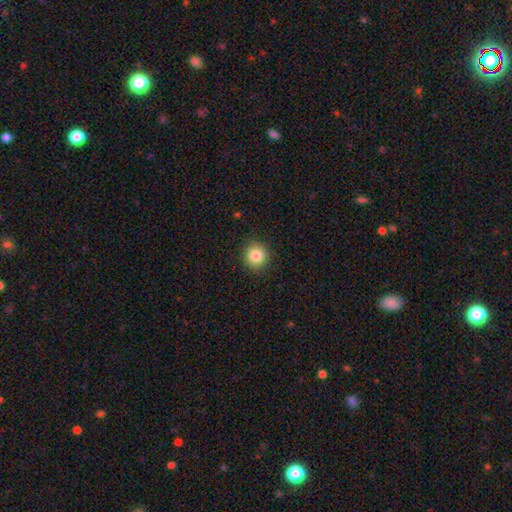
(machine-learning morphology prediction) Smooth or featured? smooth (84%)
How rounded? round (91%)
Merging? none (91%)